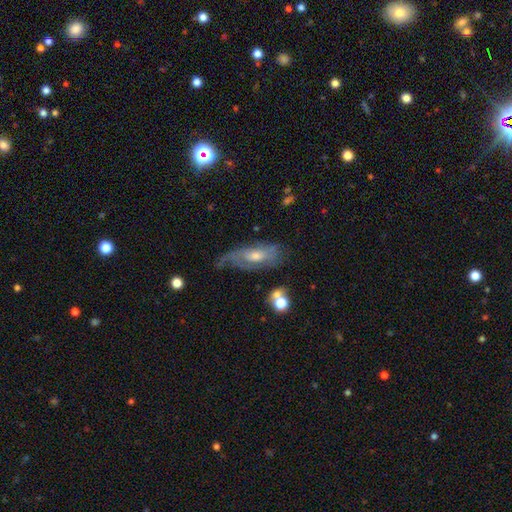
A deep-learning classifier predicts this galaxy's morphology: Smooth or featured? Predicted: featured or disk (p=0.68). Edge-on disk? Predicted: no (p=0.86). Bar? Predicted: no (p=0.65). Spiral arms? Predicted: yes (p=0.80). Bulge size? Predicted: moderate (p=0.60). Merging? Predicted: none (p=0.43).